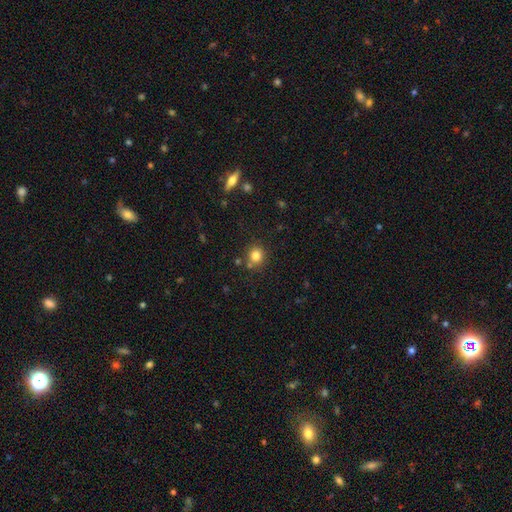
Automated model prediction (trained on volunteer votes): Smooth or featured? Predicted: smooth (p=0.81). How rounded? Predicted: round (p=0.87). Merging? Predicted: none (p=0.78).